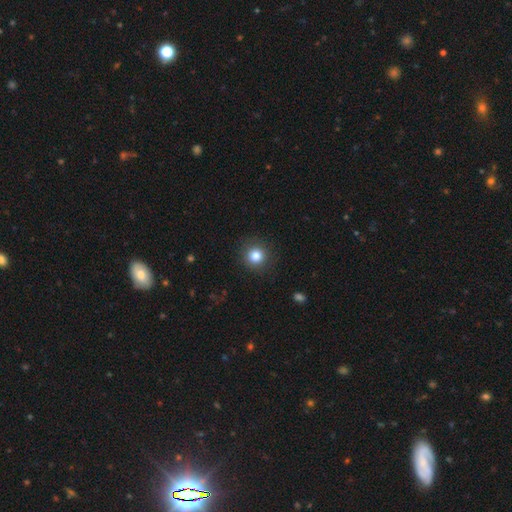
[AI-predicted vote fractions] smooth 83%, star or artifact 11%, featured or disk 6%. Down the decision tree: how rounded — round (93%); merging — none (90%).